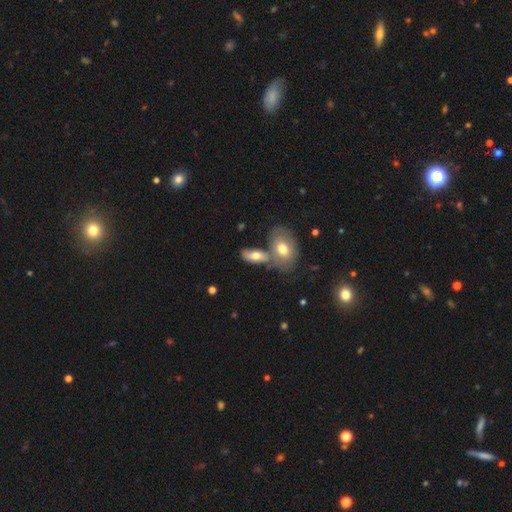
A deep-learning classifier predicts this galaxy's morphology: type=smooth (62%); roundness=in between (88%); merging=merger (41%).